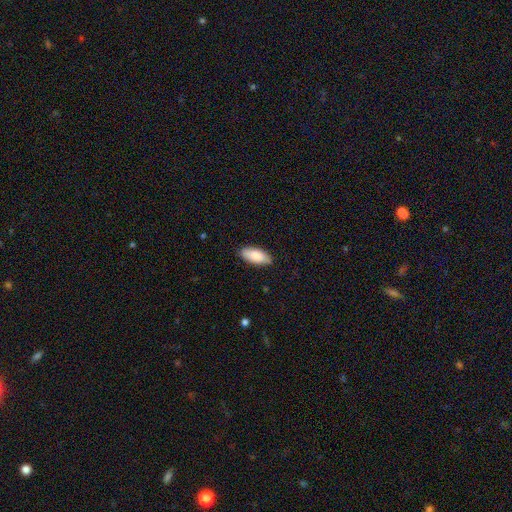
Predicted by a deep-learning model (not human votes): The model was most divided on "how rounded": in between: 86%, cigar-shaped: 12%, round: 2%. More confident: smooth or featured — smooth (87%); merging — none (86%).